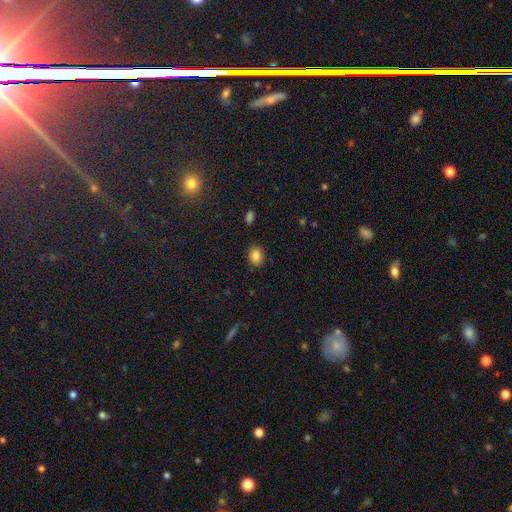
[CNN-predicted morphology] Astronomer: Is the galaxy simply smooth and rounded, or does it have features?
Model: smooth — 85%.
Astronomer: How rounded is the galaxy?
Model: in between — 52% (runner-up: round, 47%).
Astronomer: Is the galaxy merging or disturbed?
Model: none — 85%.